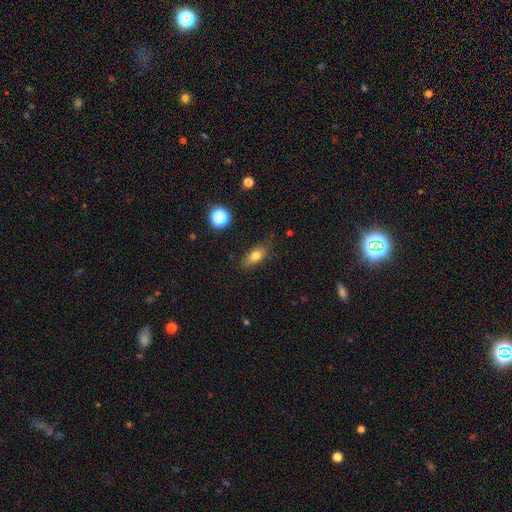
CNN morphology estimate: Overall: smooth (76%). How rounded: in between (76%). Merging: none (81%).